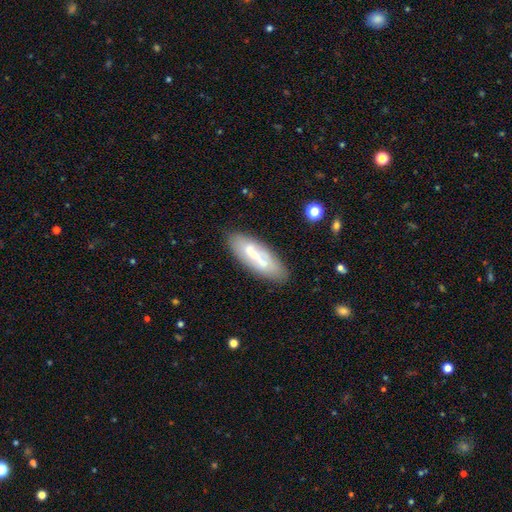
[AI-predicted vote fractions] Overall: featured or disk (46%, tied with smooth). Merging: none (74%).